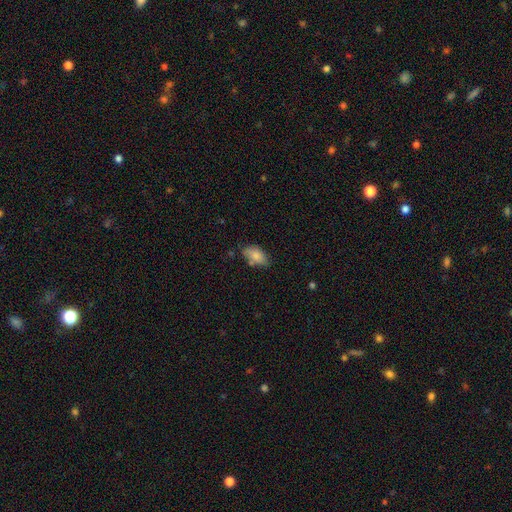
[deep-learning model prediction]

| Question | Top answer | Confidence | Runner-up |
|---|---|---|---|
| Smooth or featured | smooth | 80% | featured or disk (12%) |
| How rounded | in between | 91% | cigar-shaped (5%) |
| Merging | none | 66% | minor disturbance (21%) |